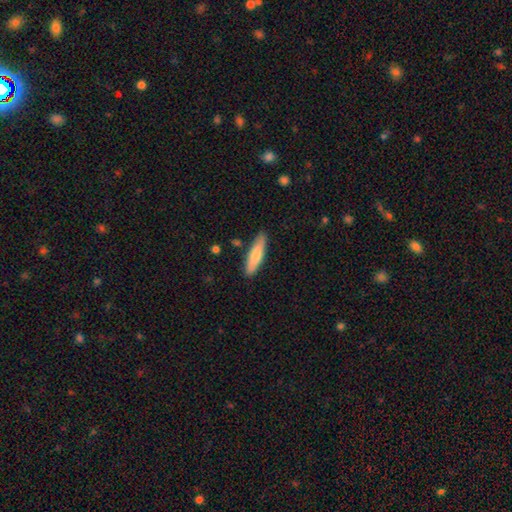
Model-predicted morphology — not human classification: A smooth galaxy with no disk features (75%) that is cigar-shaped (73%). Merging: none (86%).